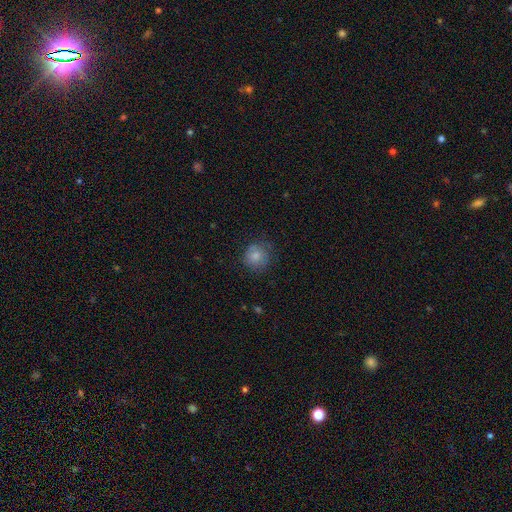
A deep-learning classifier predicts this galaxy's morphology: Q: Smooth or featured?
A: smooth (83%); runner-up: star or artifact (9%)
Q: How rounded?
A: round (89%); runner-up: in between (10%)
Q: Merging?
A: none (77%); runner-up: minor disturbance (17%)